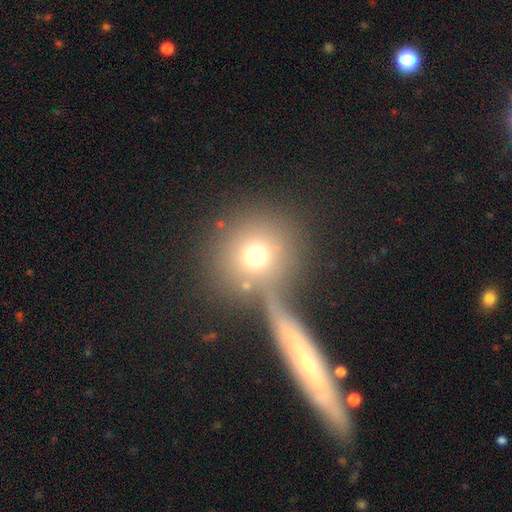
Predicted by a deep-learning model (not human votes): Smooth or featured: smooth — 70% (featured or disk — 16%)
How rounded: round — 88% (in between — 10%)
Merging: none — 53% (merger — 30%)